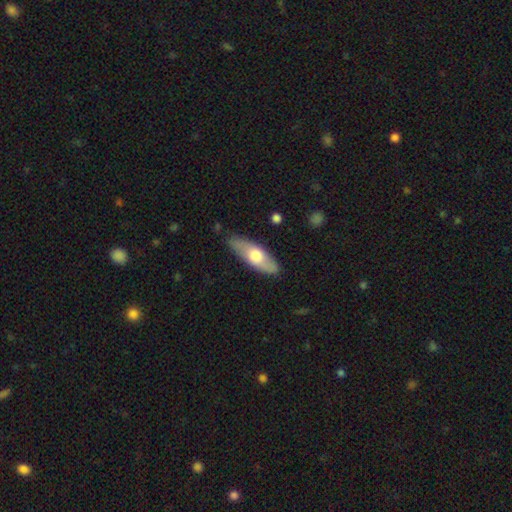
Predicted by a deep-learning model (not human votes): Q: Smooth or featured?
A: smooth (55%); runner-up: featured or disk (40%)
Q: How rounded?
A: in between (58%); runner-up: cigar-shaped (39%)
Q: Merging?
A: none (83%); runner-up: minor disturbance (13%)